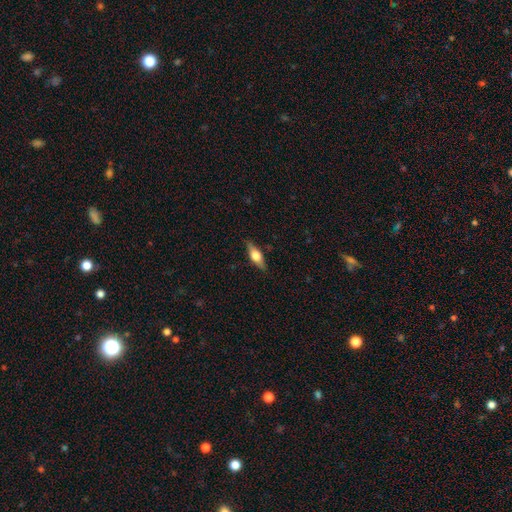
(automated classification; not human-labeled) Smooth or featured: featured or disk — 51% (smooth — 42%)
Edge-on disk: yes — 93% (no — 7%)
Merging: none — 86% (minor disturbance — 10%)